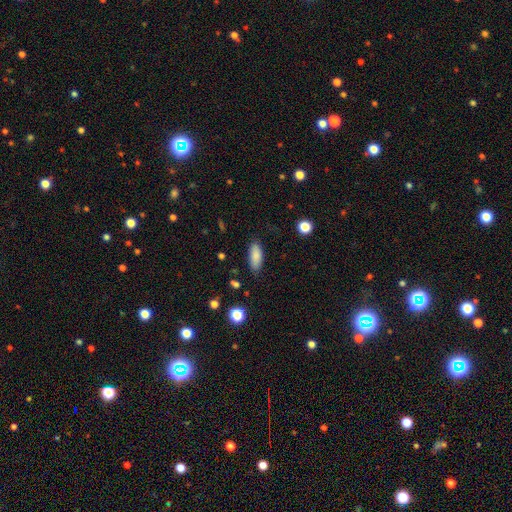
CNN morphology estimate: A smooth galaxy with no disk features (86%) that is in between round and cigar-shaped (79%). Merging: none (84%).